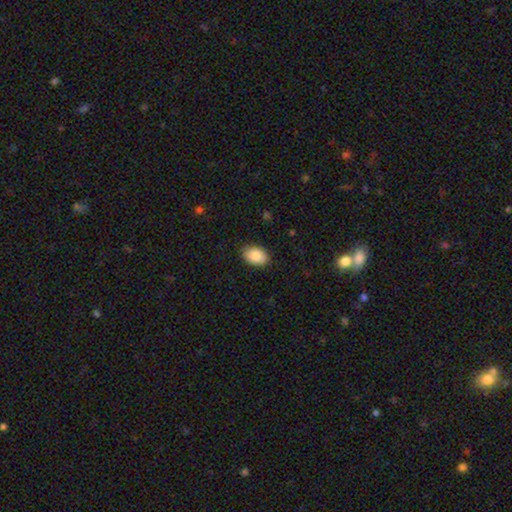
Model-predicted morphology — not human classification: This appears to be a smooth galaxy with no disk features (90%) that is in between round and cigar-shaped (89%). Merging: none (85%).